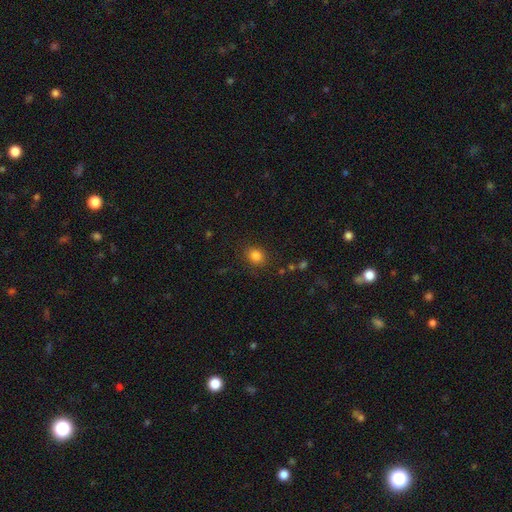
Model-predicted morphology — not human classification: Overall: smooth (82%). How rounded: round (70%). Merging: none (85%).